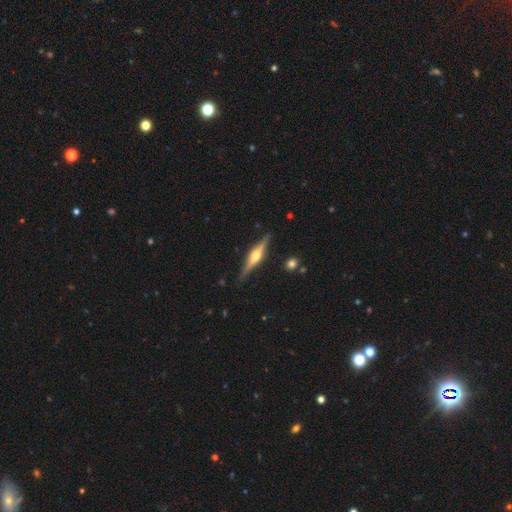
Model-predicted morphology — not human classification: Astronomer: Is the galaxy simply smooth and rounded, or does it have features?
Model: featured or disk — 77%.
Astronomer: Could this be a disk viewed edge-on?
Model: yes — 98%.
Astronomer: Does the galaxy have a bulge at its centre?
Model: rounded — 92%.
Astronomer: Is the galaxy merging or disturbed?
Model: none — 88%.